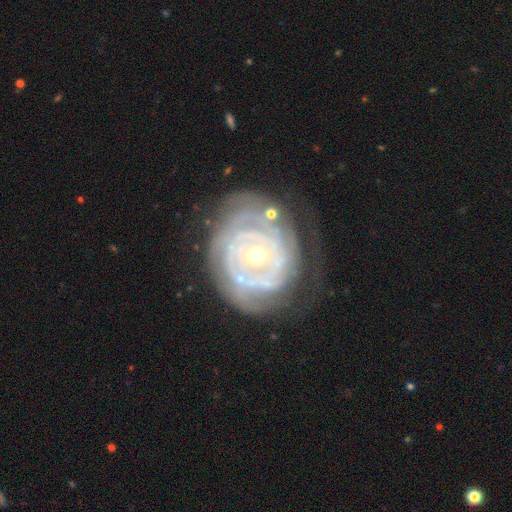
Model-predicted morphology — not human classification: Smooth or featured? Predicted: featured or disk (p=0.87). Edge-on disk? Predicted: no (p=0.97). Bar? Predicted: no (p=0.66). Spiral arms? Predicted: yes (p=0.92). Spiral winding? Predicted: tight (p=0.80). Spiral arm count? Predicted: can't tell (p=0.39). Bulge size? Predicted: small (p=0.56). Merging? Predicted: none (p=0.59).